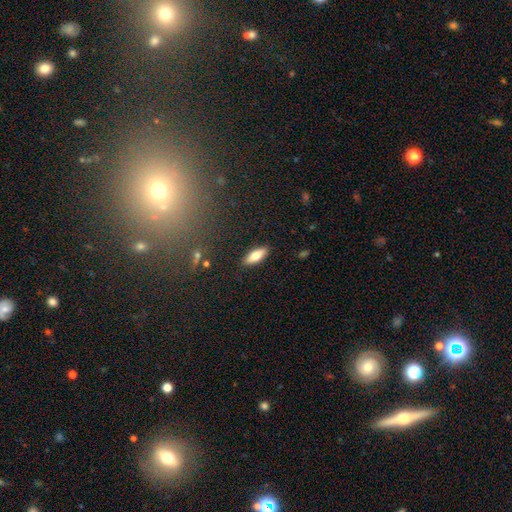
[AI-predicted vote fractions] A smooth galaxy with no disk features (73%) that is in between round and cigar-shaped (65%). Merging: none (88%).